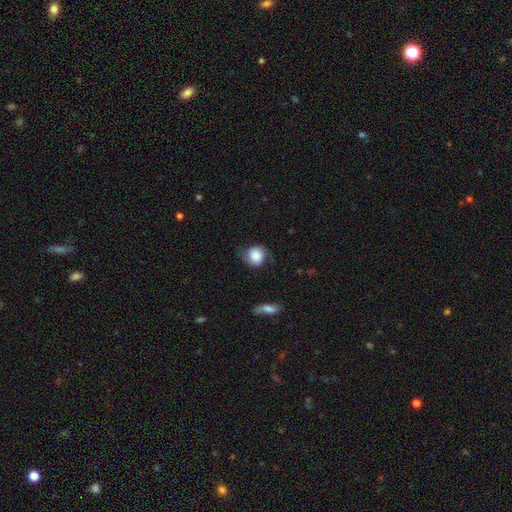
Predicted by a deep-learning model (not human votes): Smooth or featured? smooth (58%)
How rounded? round (77%)
Merging? none (59%)